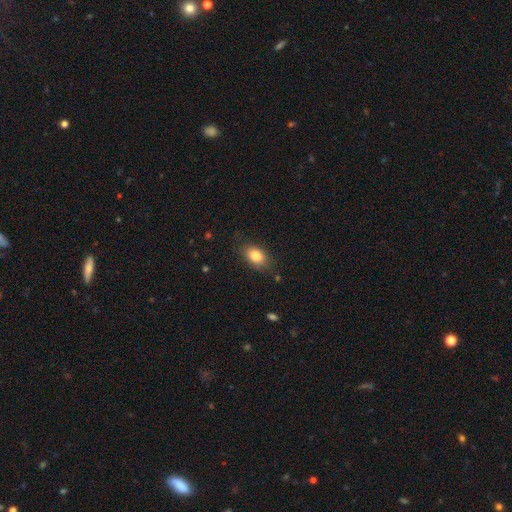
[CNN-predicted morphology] A smooth galaxy with no disk features (84%) that is in between round and cigar-shaped (85%). Merging: none (79%).